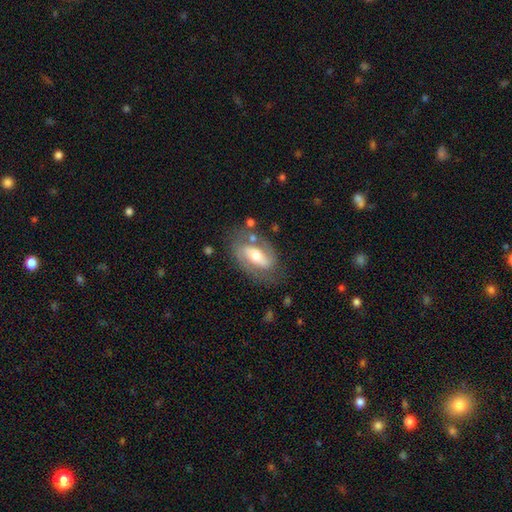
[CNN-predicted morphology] featured or disk 72%, smooth 22%, star or artifact 6%. Down the decision tree: edge-on disk — no (92%); bar — strong (40%); spiral arms — yes (77%); spiral arm count — 2 (81%); spiral winding — medium (45%); bulge size — moderate (64%); merging — none (69%).